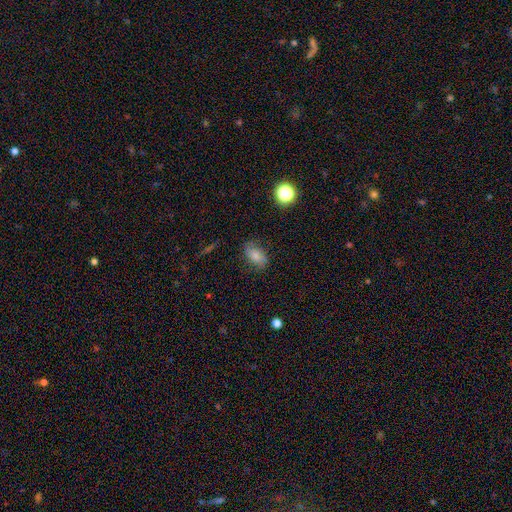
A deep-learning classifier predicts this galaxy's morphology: Q: Smooth or featured?
A: smooth (75%); runner-up: featured or disk (15%)
Q: How rounded?
A: in between (88%); runner-up: round (9%)
Q: Merging?
A: none (74%); runner-up: minor disturbance (19%)